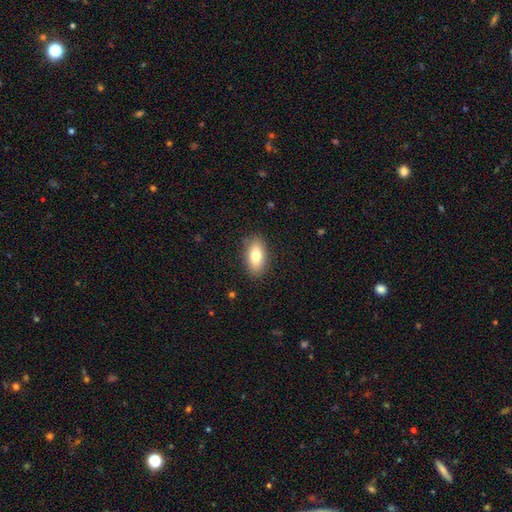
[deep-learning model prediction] Overall: smooth (77%). How rounded: in between (88%). Merging: none (86%).